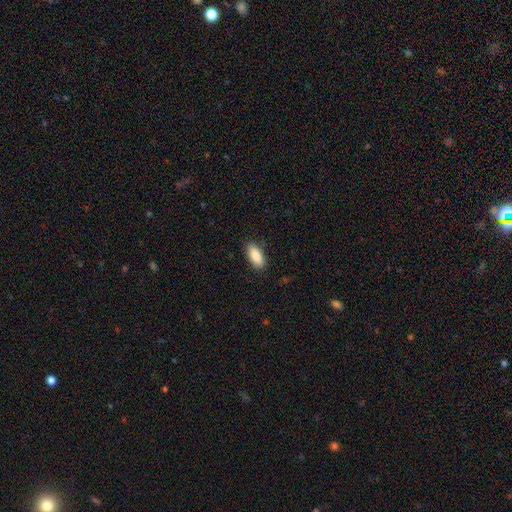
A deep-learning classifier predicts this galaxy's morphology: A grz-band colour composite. It shows a smooth galaxy with no disk features (88%) that is in between round and cigar-shaped (86%). Merging: none (87%).